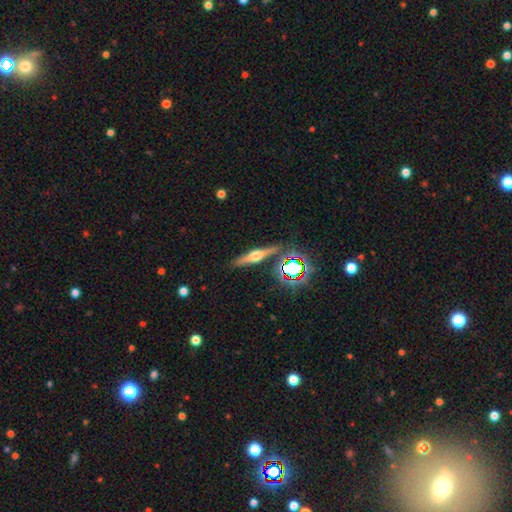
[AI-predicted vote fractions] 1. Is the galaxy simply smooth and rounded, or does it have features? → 65% featured or disk, 23% smooth, 12% star or artifact.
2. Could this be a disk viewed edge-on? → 96% yes, 4% no.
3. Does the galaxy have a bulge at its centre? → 94% rounded, 4% boxy, 2% none.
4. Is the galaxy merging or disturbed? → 86% none, 8% minor disturbance, 4% merger, 2% major disturbance.